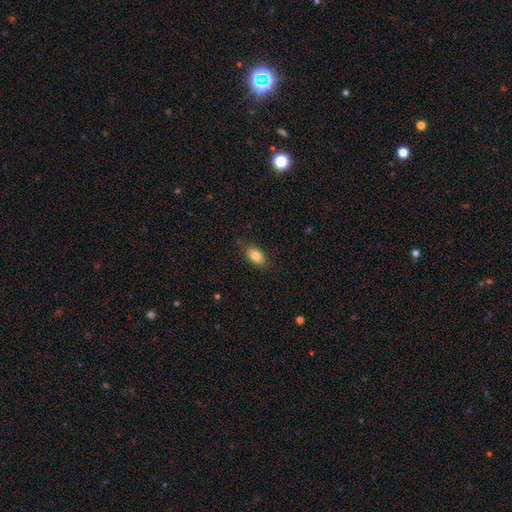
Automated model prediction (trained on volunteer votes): smooth 84%, featured or disk 8%, star or artifact 8%. Down the decision tree: how rounded — in between (89%); merging — none (84%).